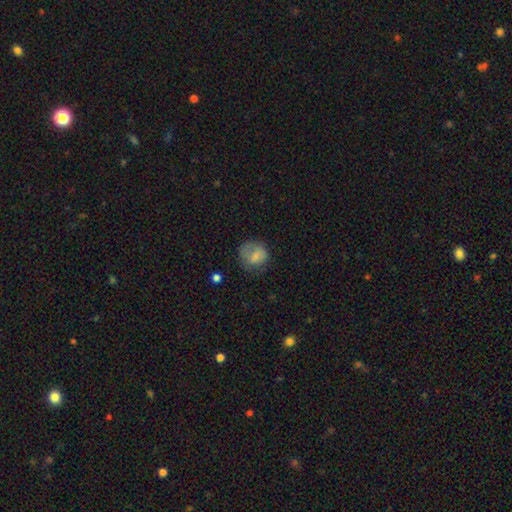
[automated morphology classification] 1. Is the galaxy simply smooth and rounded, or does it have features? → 74% smooth, 17% featured or disk, 10% star or artifact.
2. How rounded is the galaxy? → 69% round, 30% in between, 1% cigar-shaped.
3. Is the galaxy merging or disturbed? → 51% none, 26% minor disturbance, 20% major disturbance, 3% merger.